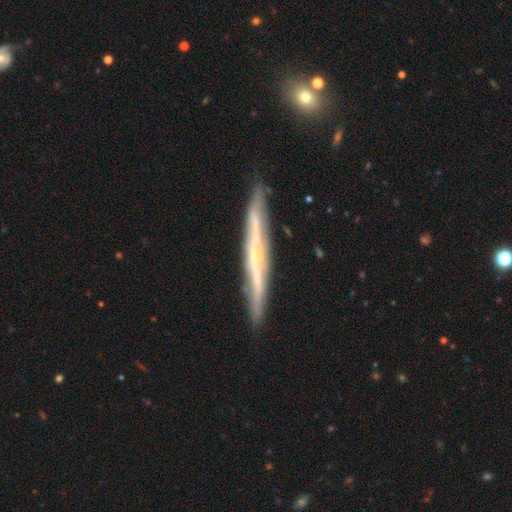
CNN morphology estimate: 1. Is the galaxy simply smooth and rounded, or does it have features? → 75% featured or disk, 19% smooth, 6% star or artifact.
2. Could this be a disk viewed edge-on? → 93% yes, 7% no.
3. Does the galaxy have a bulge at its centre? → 54% none, 41% rounded, 5% boxy.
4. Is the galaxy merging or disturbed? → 86% none, 11% minor disturbance, 2% major disturbance, 2% merger.